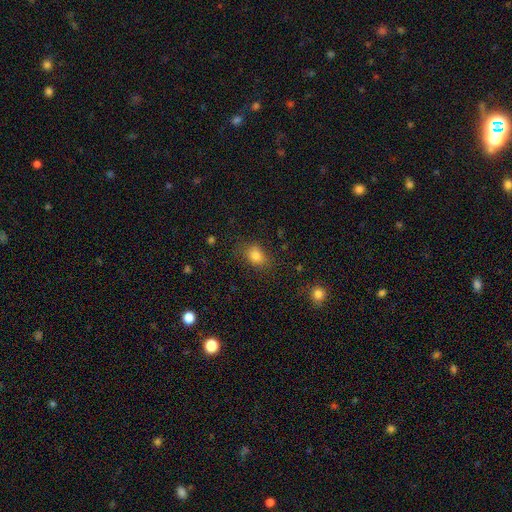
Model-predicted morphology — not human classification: The model was most divided on "how rounded": in between: 63%, round: 35%, cigar-shaped: 1%. More confident: smooth or featured — smooth (82%); merging — none (75%).